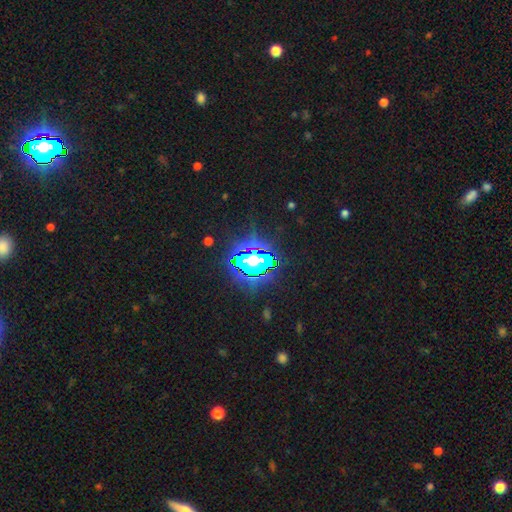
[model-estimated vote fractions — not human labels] Smooth or featured? star or artifact (60%)